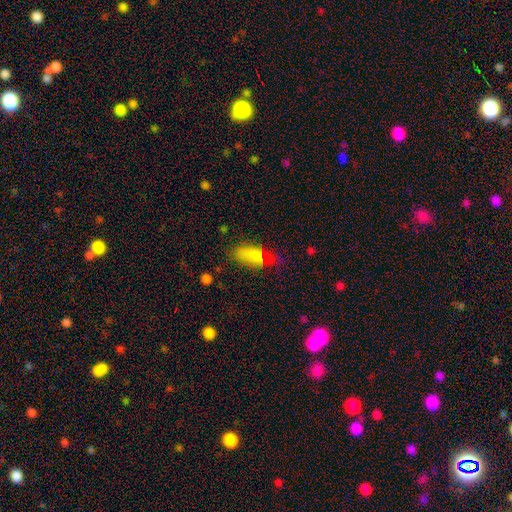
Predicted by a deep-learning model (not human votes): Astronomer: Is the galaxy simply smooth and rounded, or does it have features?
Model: smooth — 76%.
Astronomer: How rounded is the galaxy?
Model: in between — 86%.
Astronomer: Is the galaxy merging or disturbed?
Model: none — 39% (runner-up: minor disturbance, 30%).